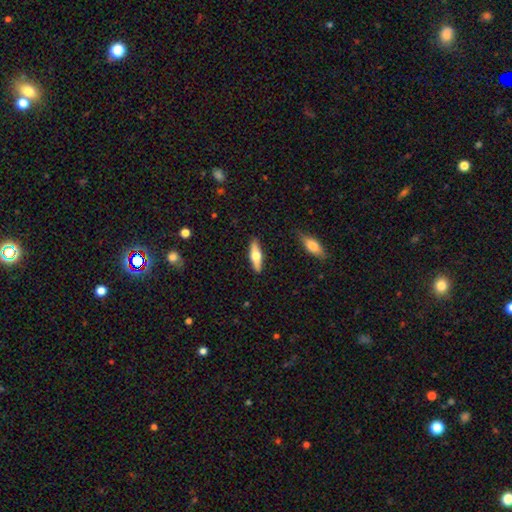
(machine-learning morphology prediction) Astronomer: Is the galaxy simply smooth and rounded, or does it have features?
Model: featured or disk — 48% (runner-up: smooth, 47%).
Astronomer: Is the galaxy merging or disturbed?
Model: none — 89%.